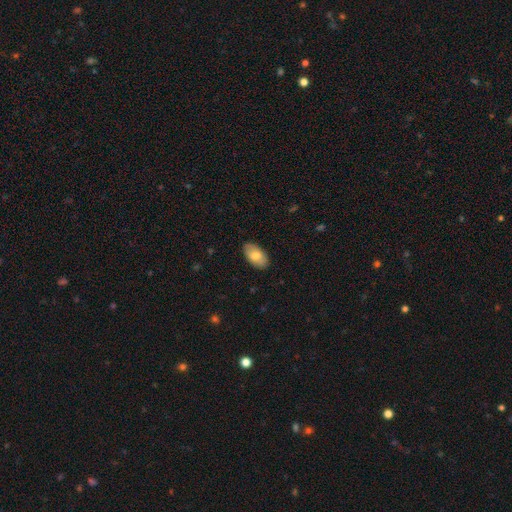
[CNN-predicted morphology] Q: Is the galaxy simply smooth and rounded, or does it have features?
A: smooth — 75%.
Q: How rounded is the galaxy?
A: in between — 95%.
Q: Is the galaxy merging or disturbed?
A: none — 87%.